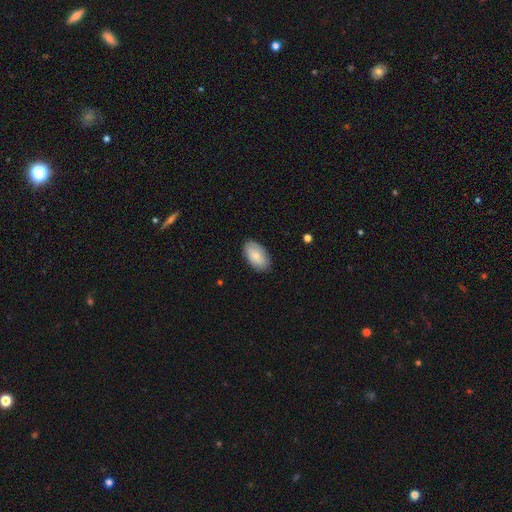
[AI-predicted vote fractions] The model was most divided on "smooth or featured": smooth: 76%, featured or disk: 18%, star or artifact: 6%. More confident: how rounded — in between (95%); merging — none (84%).